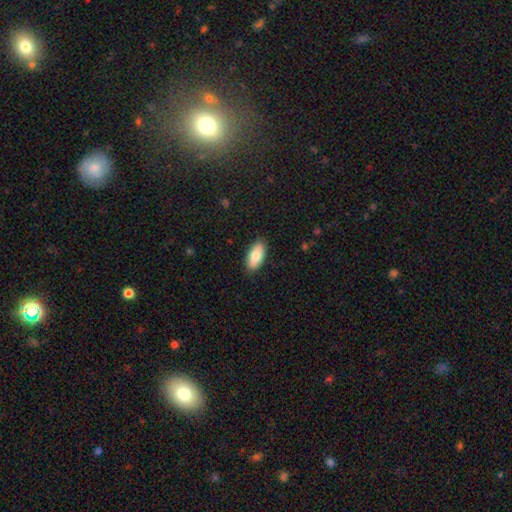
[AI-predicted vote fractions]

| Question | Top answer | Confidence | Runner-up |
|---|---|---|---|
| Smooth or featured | smooth | 80% | featured or disk (14%) |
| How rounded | in between | 91% | cigar-shaped (6%) |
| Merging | none | 88% | minor disturbance (9%) |